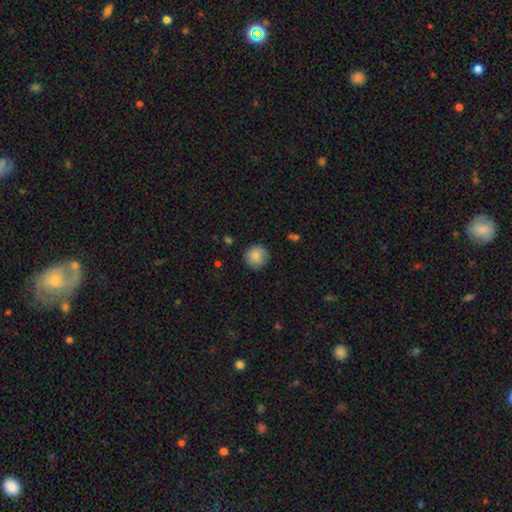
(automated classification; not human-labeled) A smooth galaxy with no disk features (85%) that is round (95%). Merging: none (88%).